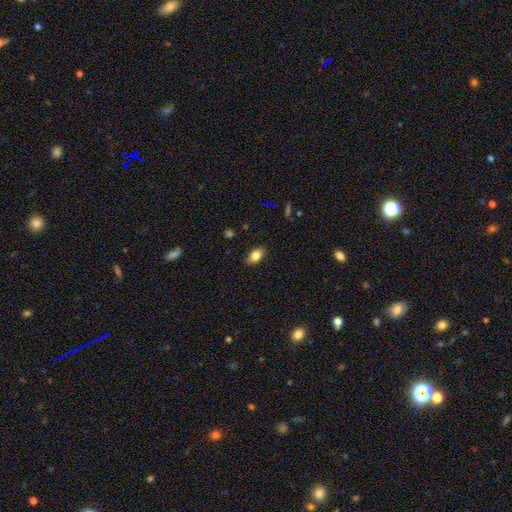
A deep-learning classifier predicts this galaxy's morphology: Smooth or featured? smooth (81%)
How rounded? in between (88%)
Merging? none (86%)